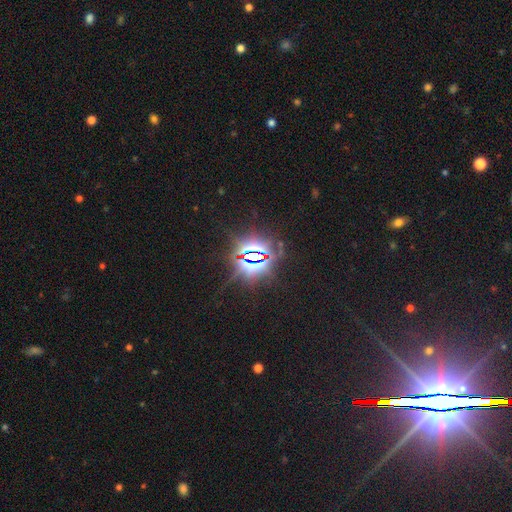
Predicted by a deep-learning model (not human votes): A star or artifact, not a galaxy (84%).

Vote fractions:
- Smooth or featured? star or artifact: 84% / smooth: 8% / featured or disk: 7%